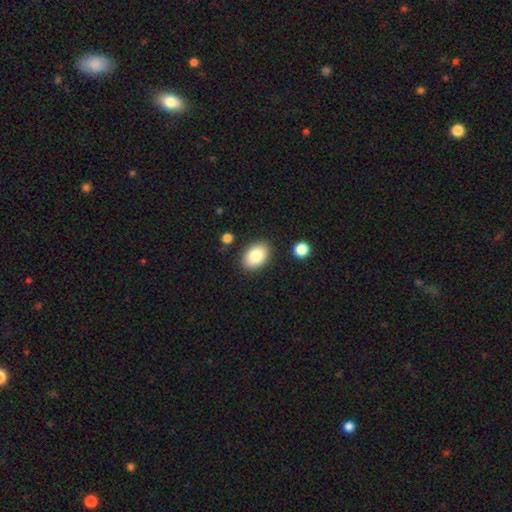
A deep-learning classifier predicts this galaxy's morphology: smooth-or-featured: smooth: 84% | featured or disk: 9% | star or artifact: 7%
  how-rounded: in between: 86% | round: 12% | cigar-shaped: 1%
  merging: none: 87% | minor disturbance: 9% | merger: 2% | major disturbance: 2%